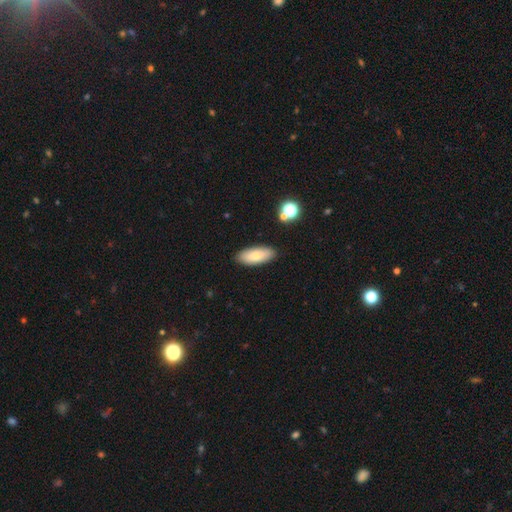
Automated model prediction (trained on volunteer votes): The model was most divided on "smooth or featured": smooth: 75%, featured or disk: 18%, star or artifact: 7%. More confident: merging — none (88%); how rounded — in between (81%).